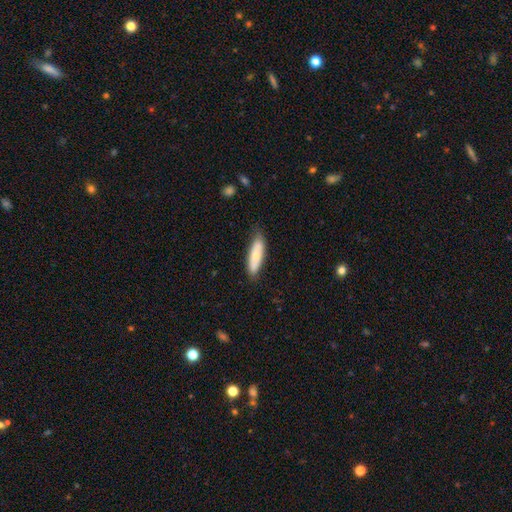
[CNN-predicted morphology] Q: Smooth or featured?
A: smooth (70%); runner-up: featured or disk (24%)
Q: How rounded?
A: cigar-shaped (58%); runner-up: in between (41%)
Q: Merging?
A: none (76%); runner-up: minor disturbance (20%)